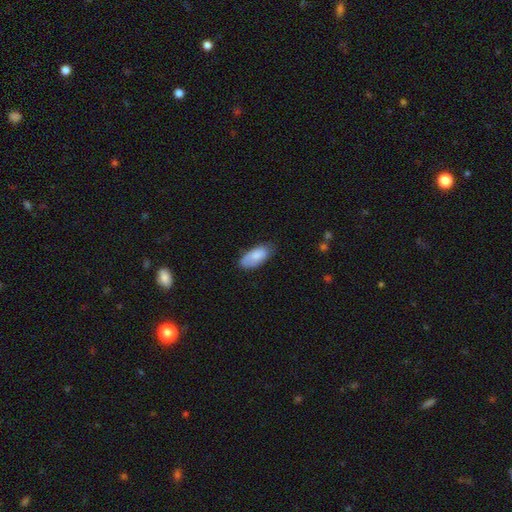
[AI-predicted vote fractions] smooth 81%, featured or disk 13%, star or artifact 6%. Down the decision tree: how rounded — in between (92%); merging — none (67%).